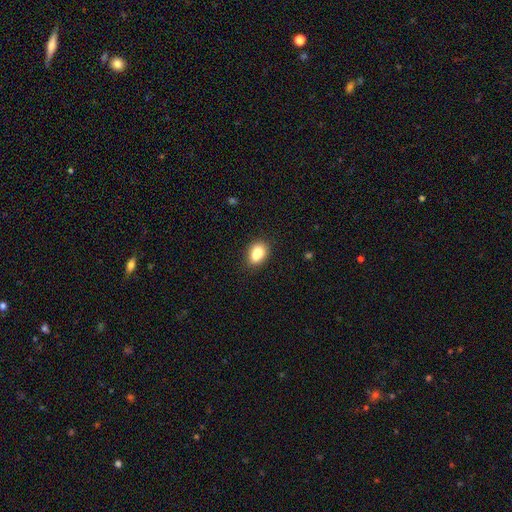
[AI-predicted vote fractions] Overall: smooth (81%). How rounded: in between (74%). Merging: none (63%).